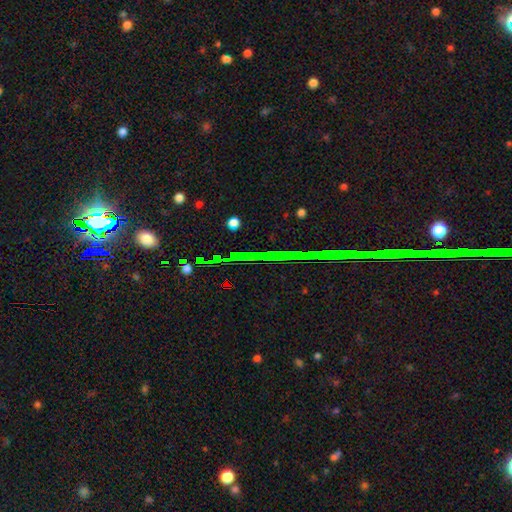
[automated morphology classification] smooth-or-featured: star or artifact: 83% | featured or disk: 9% | smooth: 8%